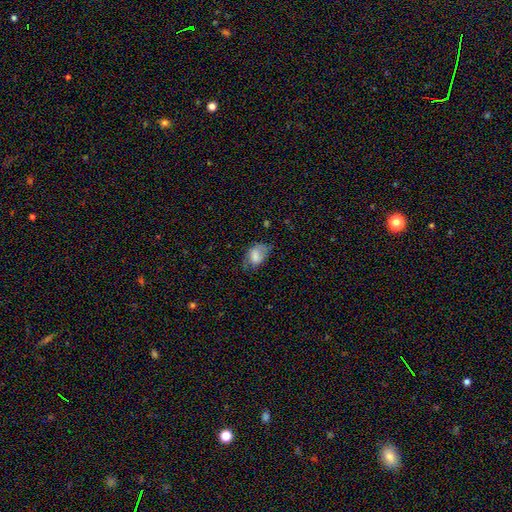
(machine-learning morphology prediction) Smooth or featured? Predicted: smooth (p=0.73). How rounded? Predicted: in between (p=0.83). Merging? Predicted: none (p=0.43).